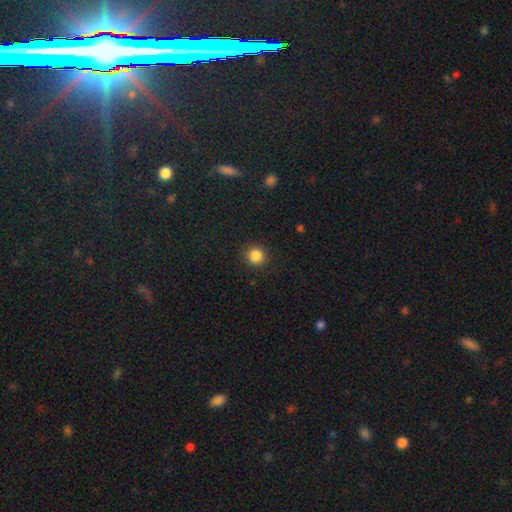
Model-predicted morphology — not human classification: Q: Smooth or featured?
A: smooth (86%); runner-up: star or artifact (11%)
Q: How rounded?
A: round (94%); runner-up: in between (5%)
Q: Merging?
A: none (91%); runner-up: minor disturbance (6%)